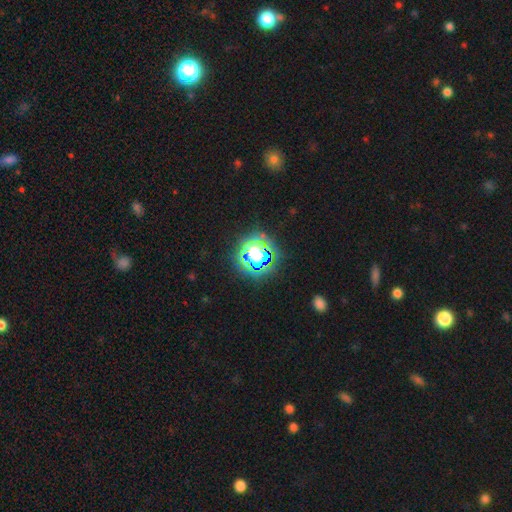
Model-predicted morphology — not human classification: Q: Smooth or featured?
A: star or artifact (79%); runner-up: smooth (14%)